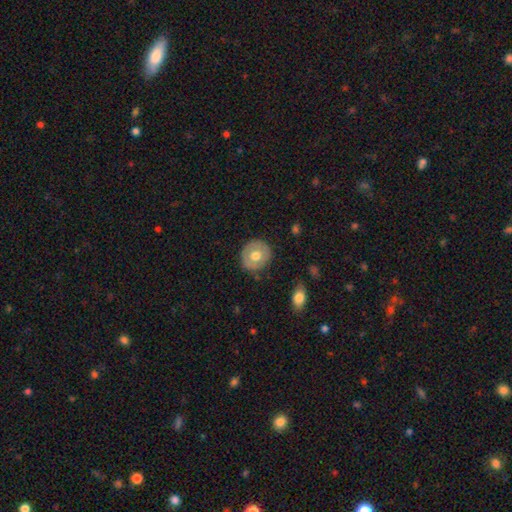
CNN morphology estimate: Smooth or featured: smooth — 62% (featured or disk — 32%)
How rounded: round — 86% (in between — 13%)
Merging: none — 85% (minor disturbance — 10%)